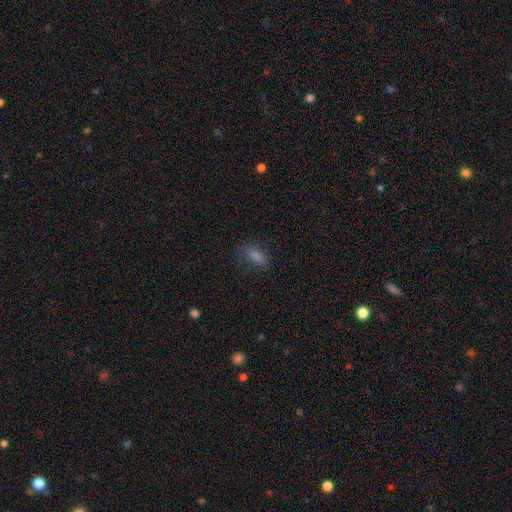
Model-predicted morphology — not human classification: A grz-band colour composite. It shows a smooth galaxy with no disk features (71%) that is in between round and cigar-shaped (72%). Merging: none (73%).